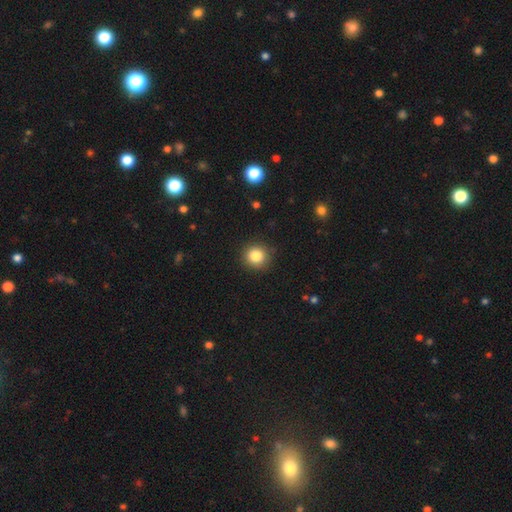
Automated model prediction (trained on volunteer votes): Smooth or featured: smooth — 84% (star or artifact — 11%)
How rounded: round — 92% (in between — 7%)
Merging: none — 90% (minor disturbance — 7%)